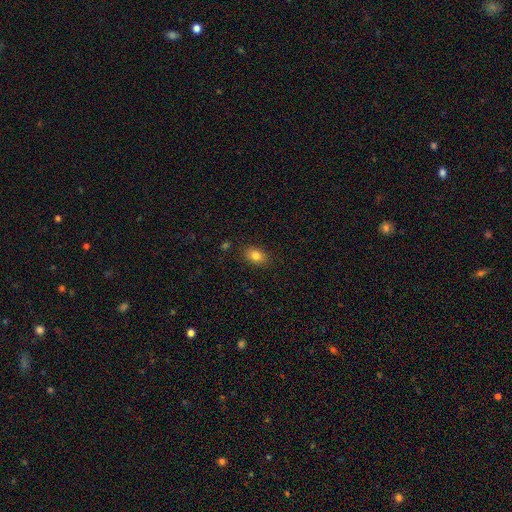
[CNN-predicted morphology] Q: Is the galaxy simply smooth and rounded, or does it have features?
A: smooth — 82%.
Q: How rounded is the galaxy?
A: in between — 79%.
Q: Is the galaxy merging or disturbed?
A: none — 87%.